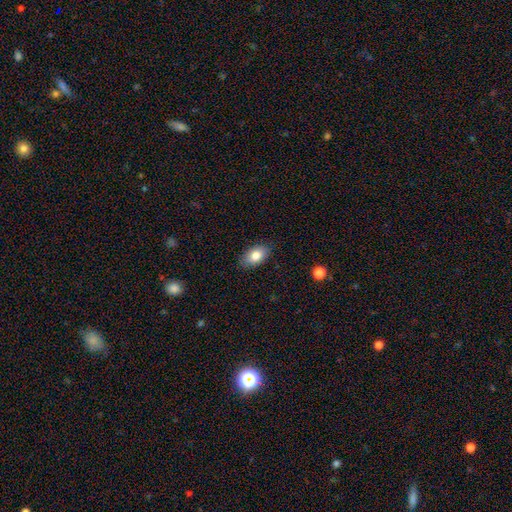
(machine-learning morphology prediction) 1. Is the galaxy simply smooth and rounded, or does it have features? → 81% smooth, 12% featured or disk, 8% star or artifact.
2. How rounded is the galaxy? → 91% in between, 7% round, 2% cigar-shaped.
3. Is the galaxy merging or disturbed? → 85% none, 12% minor disturbance, 2% major disturbance, 1% merger.